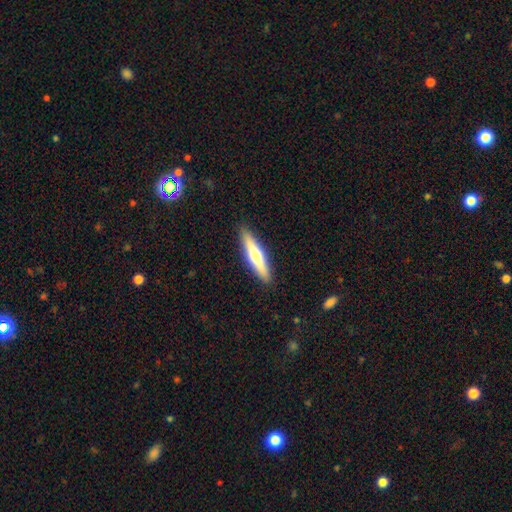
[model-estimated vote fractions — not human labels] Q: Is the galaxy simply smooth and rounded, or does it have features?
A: smooth — 50%.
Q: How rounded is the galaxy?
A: cigar-shaped — 82%.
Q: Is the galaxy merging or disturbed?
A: none — 90%.